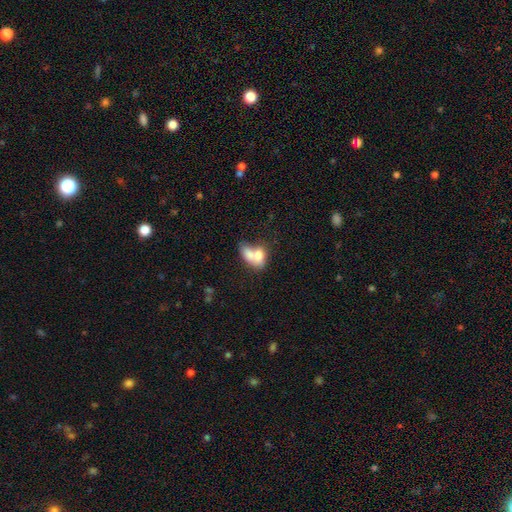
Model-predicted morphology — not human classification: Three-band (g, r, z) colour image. It shows a smooth galaxy with no disk features (70%) that is in between round and cigar-shaped (78%). Merging: merger (66%).